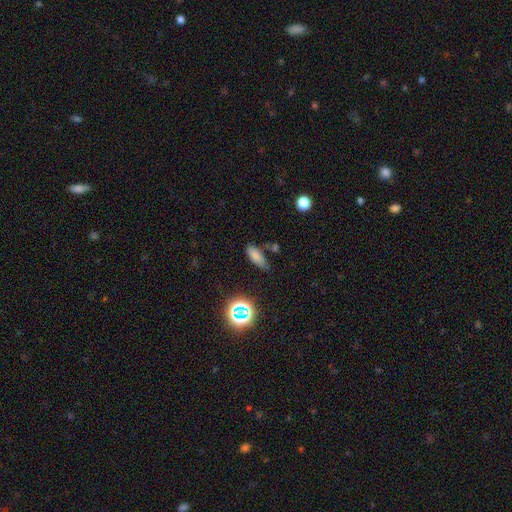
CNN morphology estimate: smooth_or_featured: smooth (p=0.76) [alt: star or artifact p=0.16]
how_rounded: in between (p=0.69) [alt: cigar-shaped p=0.27]
merging: none (p=0.68) [alt: minor disturbance p=0.21]